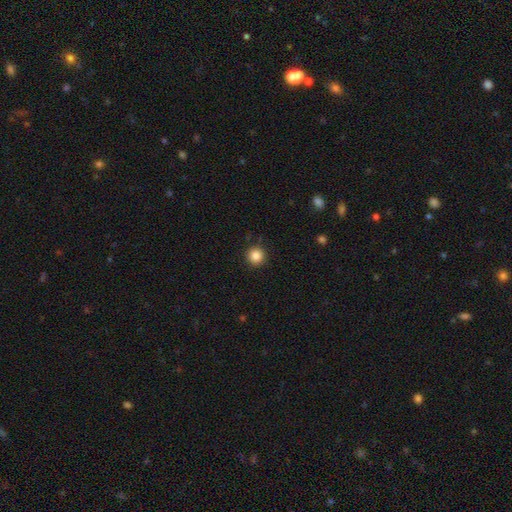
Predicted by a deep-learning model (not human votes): Smooth or featured?
  - smooth: 86% *
  - star or artifact: 11%
  - featured or disk: 3%
How rounded?
  - round: 95% *
  - in between: 4%
  - cigar-shaped: 1%
Merging?
  - none: 91% *
  - minor disturbance: 6%
  - major disturbance: 2%
  - merger: 1%